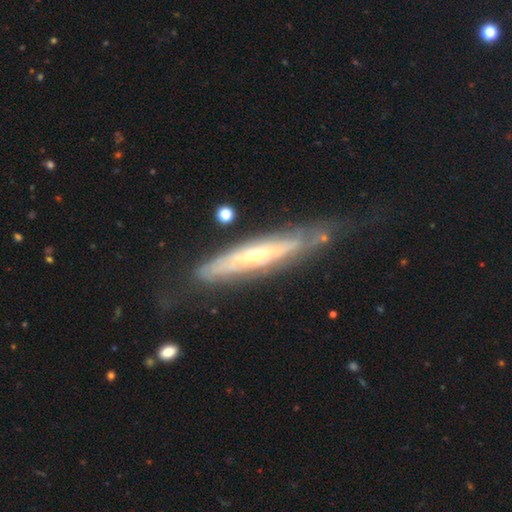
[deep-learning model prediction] Morphology: type=featured or disk (78%); edge-on=yes (59%); merging=none (62%).